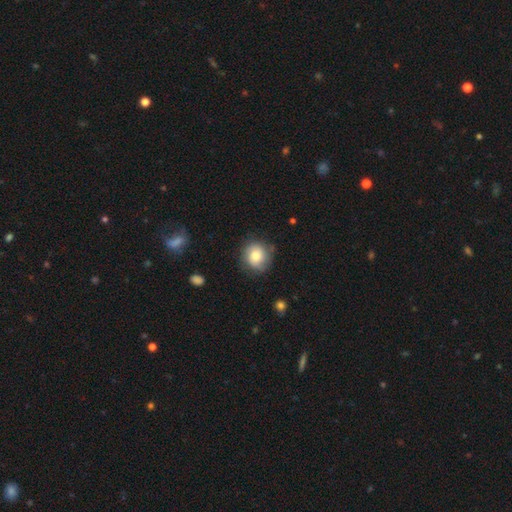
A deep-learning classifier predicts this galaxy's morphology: smooth_or_featured: smooth (p=0.74) [alt: featured or disk p=0.18]
how_rounded: round (p=0.85) [alt: in between p=0.14]
merging: none (p=0.76) [alt: minor disturbance p=0.18]